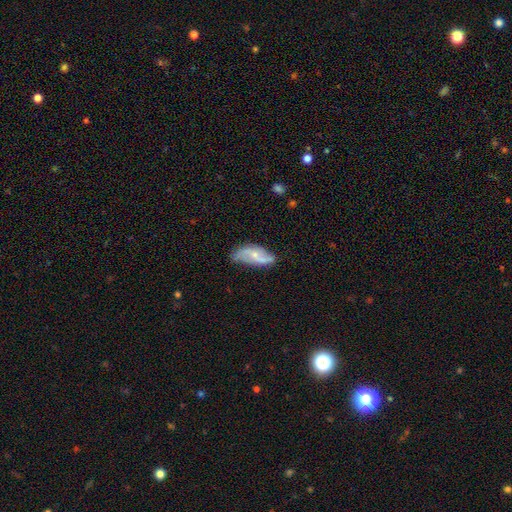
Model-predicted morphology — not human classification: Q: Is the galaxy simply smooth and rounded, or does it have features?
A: featured or disk — 67%.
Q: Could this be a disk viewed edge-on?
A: no — 93%.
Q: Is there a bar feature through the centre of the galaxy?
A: no — 46%.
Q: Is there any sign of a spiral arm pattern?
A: yes — 88%.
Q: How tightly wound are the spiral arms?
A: loose — 68%.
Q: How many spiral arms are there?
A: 2 — 85%.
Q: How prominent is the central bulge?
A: small — 60%.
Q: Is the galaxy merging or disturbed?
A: none — 57%.